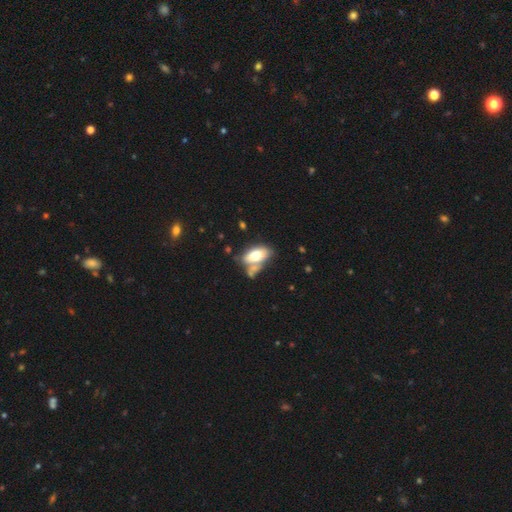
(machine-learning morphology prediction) This is likely a smooth galaxy (71%). How rounded: clearly in between (90%). Merging: marginally none (42%).